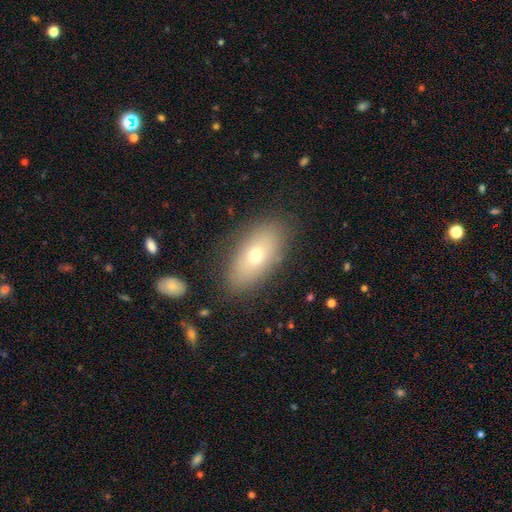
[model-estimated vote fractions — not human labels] Q: Smooth or featured?
A: smooth (66%); runner-up: featured or disk (24%)
Q: How rounded?
A: in between (88%); runner-up: round (7%)
Q: Merging?
A: none (82%); runner-up: minor disturbance (12%)